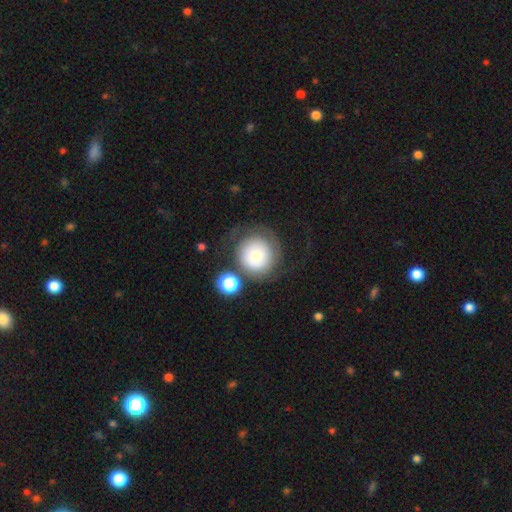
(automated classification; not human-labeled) This is likely a smooth galaxy (63%). How rounded: clearly round (94%). Merging: possibly none (60%).